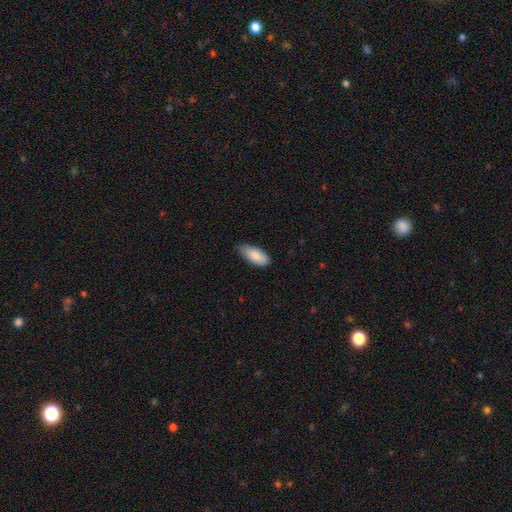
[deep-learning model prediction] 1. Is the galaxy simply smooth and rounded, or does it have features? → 86% smooth, 8% featured or disk, 6% star or artifact.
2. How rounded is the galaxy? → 86% in between, 12% cigar-shaped, 2% round.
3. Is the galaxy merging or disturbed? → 69% none, 27% minor disturbance, 3% major disturbance, 1% merger.